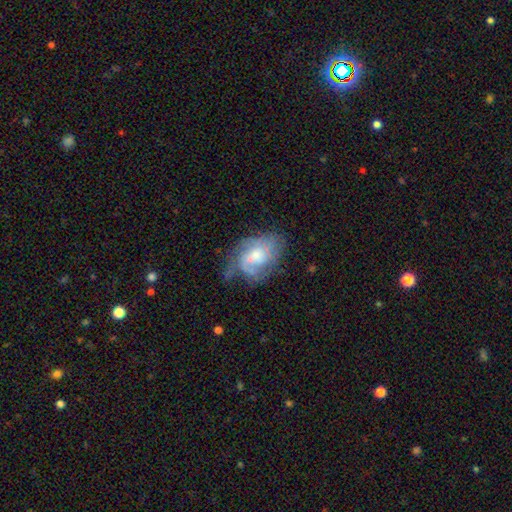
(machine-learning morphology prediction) Overall: featured or disk (66%; smooth 27%). Edge-on disk: no (97%). Bar: no (72%). Spiral arms: yes (74%). Bulge size: small (45%; moderate 42%). Merging: none (39%; minor disturbance 29%).